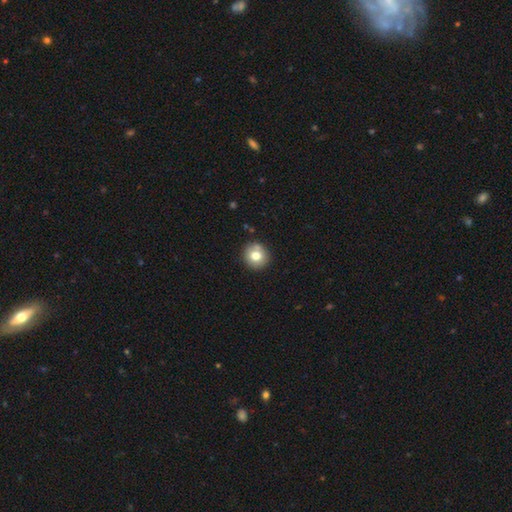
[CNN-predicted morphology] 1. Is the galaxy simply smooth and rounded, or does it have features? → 76% smooth, 14% featured or disk, 11% star or artifact.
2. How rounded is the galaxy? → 92% round, 7% in between, 1% cigar-shaped.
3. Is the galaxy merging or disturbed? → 84% none, 9% minor disturbance, 5% merger, 2% major disturbance.